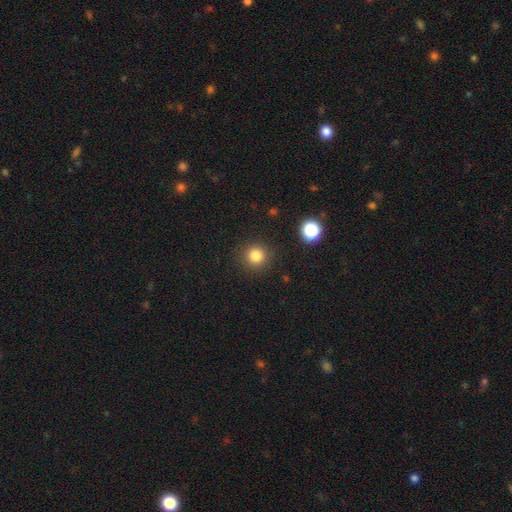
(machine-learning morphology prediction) A smooth galaxy with no disk features (83%) that is round (93%). Merging: none (90%).